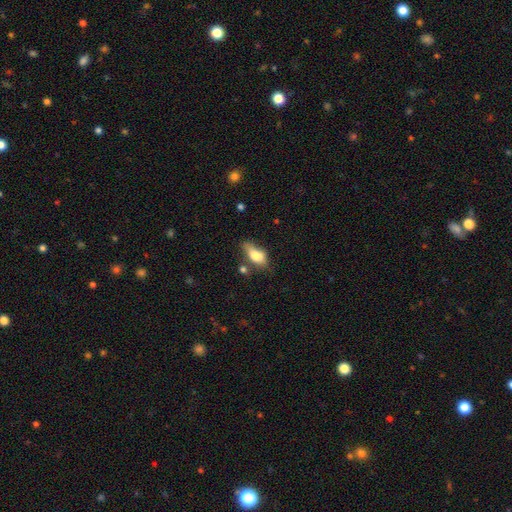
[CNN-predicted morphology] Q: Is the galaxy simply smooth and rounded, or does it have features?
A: smooth — 73%.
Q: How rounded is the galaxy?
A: in between — 84%.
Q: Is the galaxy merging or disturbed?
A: none — 37%.